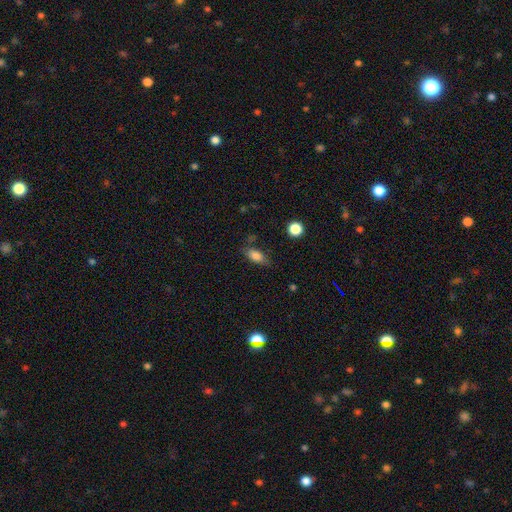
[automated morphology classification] The model was most divided on "merging": none: 71%, minor disturbance: 20%, major disturbance: 6%, merger: 3%. More confident: how rounded — in between (84%); smooth or featured — smooth (80%).